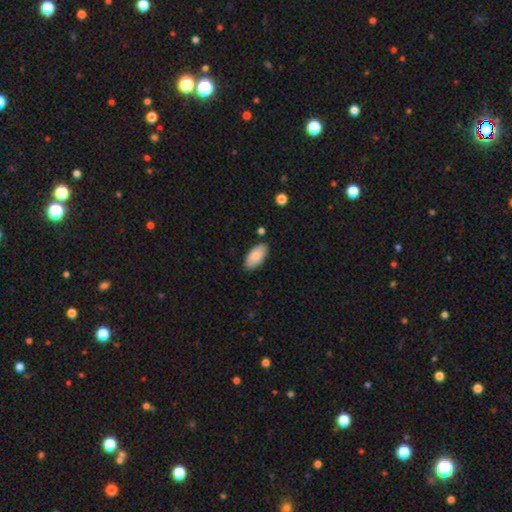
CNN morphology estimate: Smooth or featured? Predicted: smooth (p=0.82). How rounded? Predicted: in between (p=0.94). Merging? Predicted: none (p=0.85).